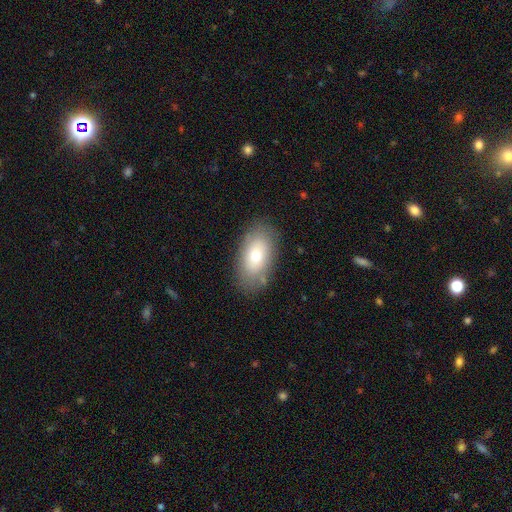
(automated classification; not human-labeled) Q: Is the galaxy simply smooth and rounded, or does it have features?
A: smooth — 70%.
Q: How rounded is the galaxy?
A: in between — 91%.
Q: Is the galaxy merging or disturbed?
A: none — 80%.